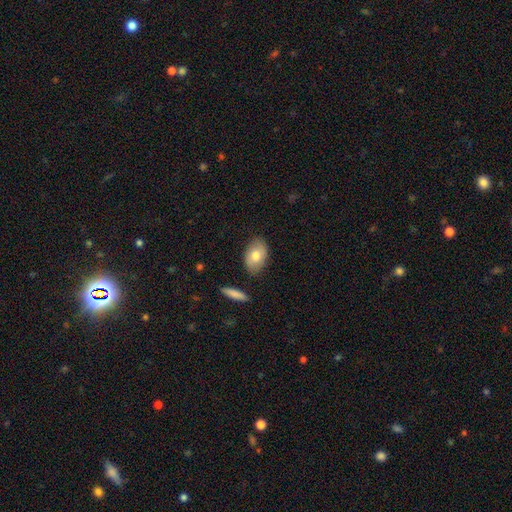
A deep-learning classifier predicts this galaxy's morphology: Smooth or featured: smooth — 75% (featured or disk — 19%)
How rounded: in between — 89% (round — 9%)
Merging: none — 82% (minor disturbance — 12%)